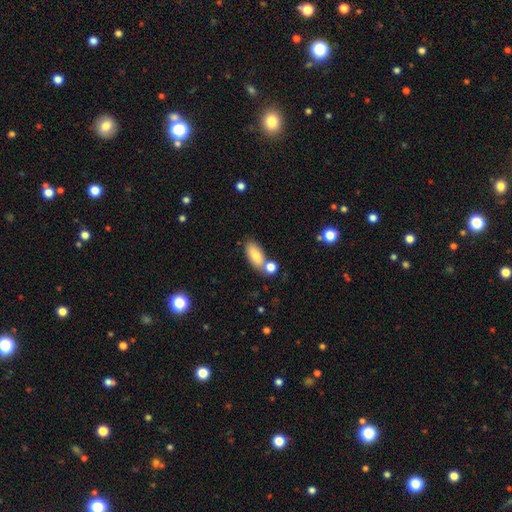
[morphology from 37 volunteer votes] Overall: smooth (89%). How rounded: in between (79%). Merging: none (69%).